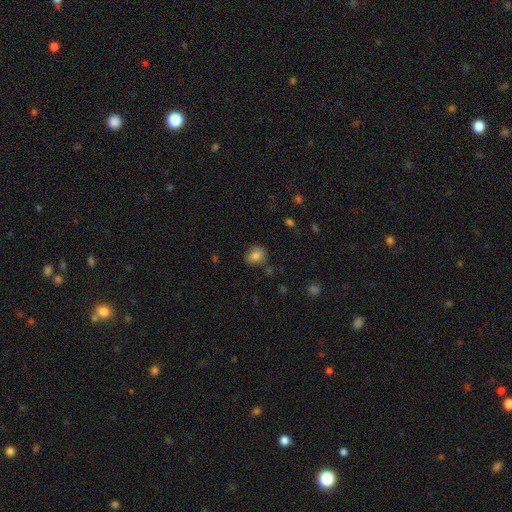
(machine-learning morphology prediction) Q: Smooth or featured?
A: smooth (80%); runner-up: star or artifact (10%)
Q: How rounded?
A: round (52%); runner-up: in between (47%)
Q: Merging?
A: none (73%); runner-up: minor disturbance (19%)